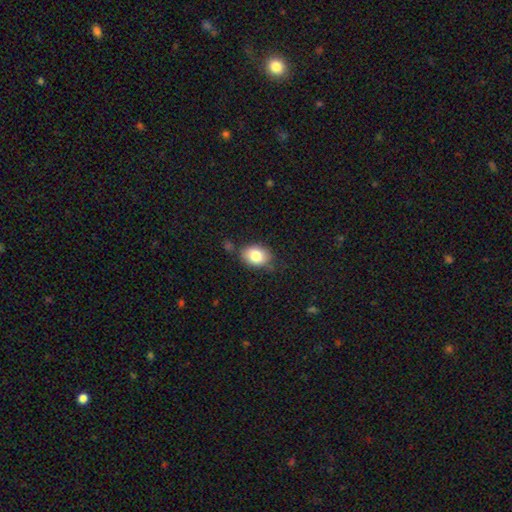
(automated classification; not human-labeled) smooth_or_featured: smooth (p=0.83) [alt: featured or disk p=0.09]
how_rounded: in between (p=0.67) [alt: round p=0.32]
merging: none (p=0.70) [alt: minor disturbance p=0.20]